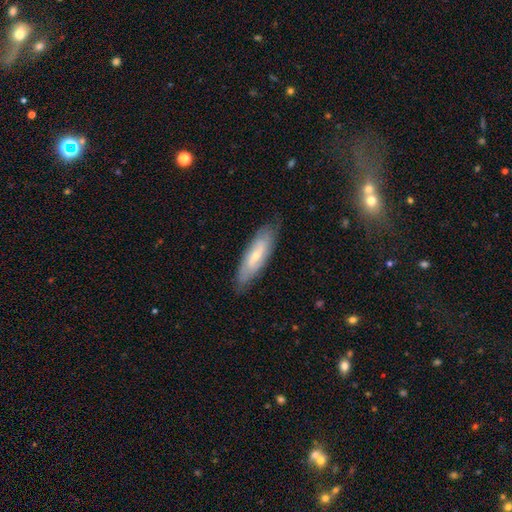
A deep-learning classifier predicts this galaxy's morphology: The model was most divided on "smooth or featured": featured or disk: 51%, smooth: 43%, star or artifact: 7%. More confident: merging — none (81%); edge-on disk — no (67%).